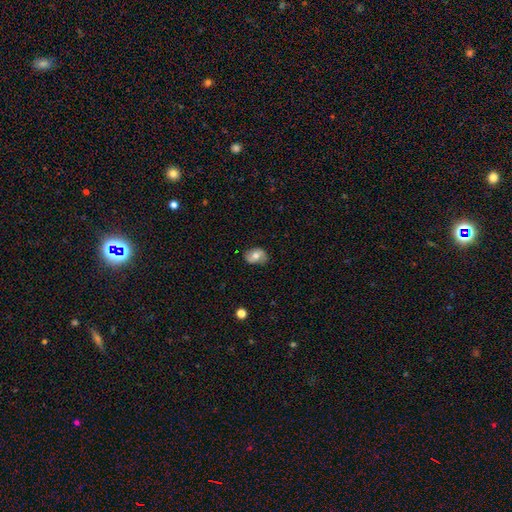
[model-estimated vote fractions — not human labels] A smooth galaxy with no disk features (55%) that is in between round and cigar-shaped (74%). Merging: none (73%).